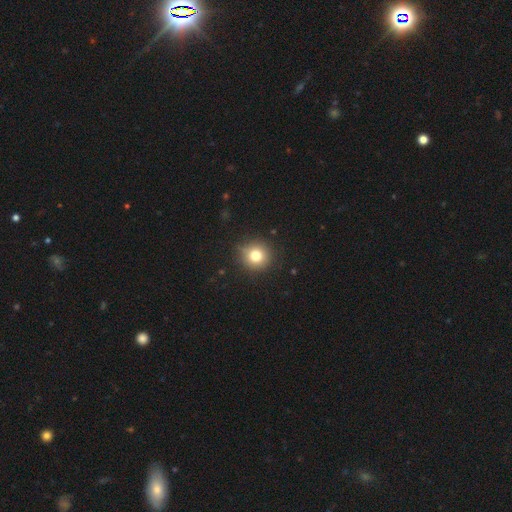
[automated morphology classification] A smooth galaxy with no disk features (79%) that is round (93%). Merging: none (88%).